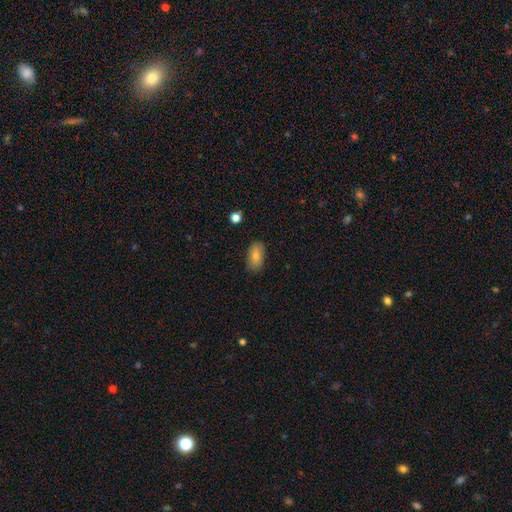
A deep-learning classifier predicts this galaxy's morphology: Overall: smooth (82%). How rounded: in between (91%). Merging: none (81%).